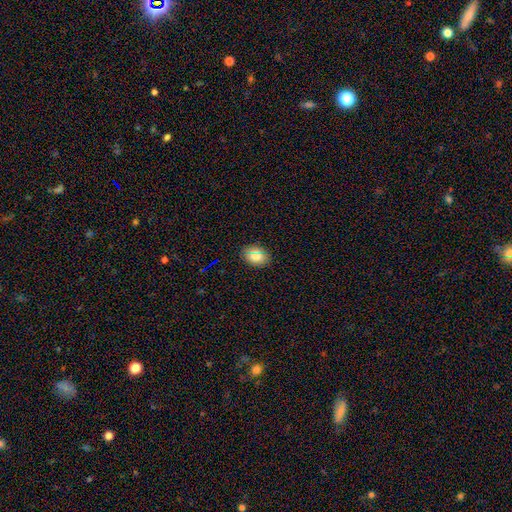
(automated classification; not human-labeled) Smooth or featured? Predicted: smooth (p=0.77). How rounded? Predicted: in between (p=0.71). Merging? Predicted: none (p=0.87).